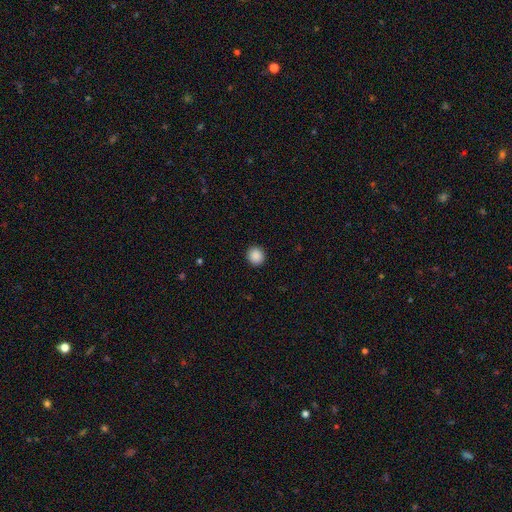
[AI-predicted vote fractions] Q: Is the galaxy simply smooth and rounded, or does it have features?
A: smooth — 88%.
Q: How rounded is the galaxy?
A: round — 91%.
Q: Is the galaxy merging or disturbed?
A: none — 92%.